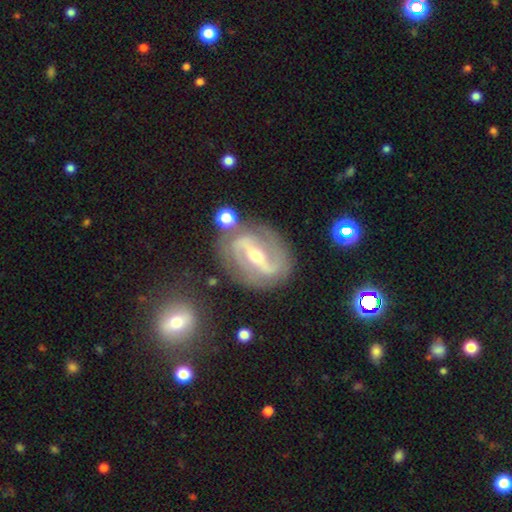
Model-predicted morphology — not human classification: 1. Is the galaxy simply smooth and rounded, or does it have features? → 87% featured or disk, 7% smooth, 6% star or artifact.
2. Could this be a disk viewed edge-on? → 94% no, 6% yes.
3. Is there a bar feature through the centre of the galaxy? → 72% strong, 20% weak, 8% no.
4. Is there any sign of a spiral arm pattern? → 89% yes, 11% no.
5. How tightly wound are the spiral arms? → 44% medium, 36% tight, 20% loose.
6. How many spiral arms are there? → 85% 2, 7% can't tell, 3% 3, 2% 1, 1% 4, 1% more than 4.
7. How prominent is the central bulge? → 55% moderate, 40% small, 3% large, 1% none, 1% dominant.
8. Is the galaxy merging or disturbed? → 76% none, 14% minor disturbance, 6% major disturbance, 4% merger.